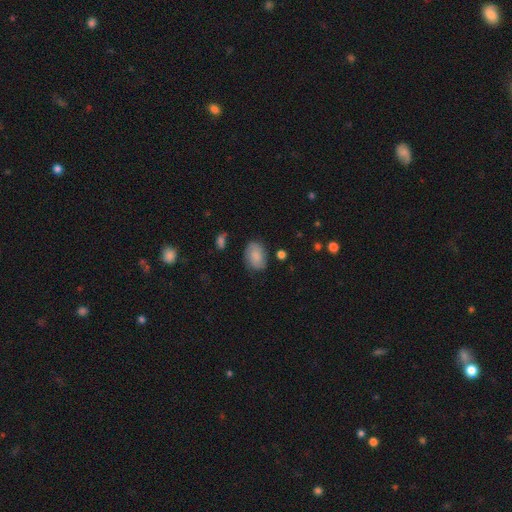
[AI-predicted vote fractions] Smooth or featured? Predicted: smooth (p=0.61). How rounded? Predicted: in between (p=0.78). Merging? Predicted: none (p=0.71).